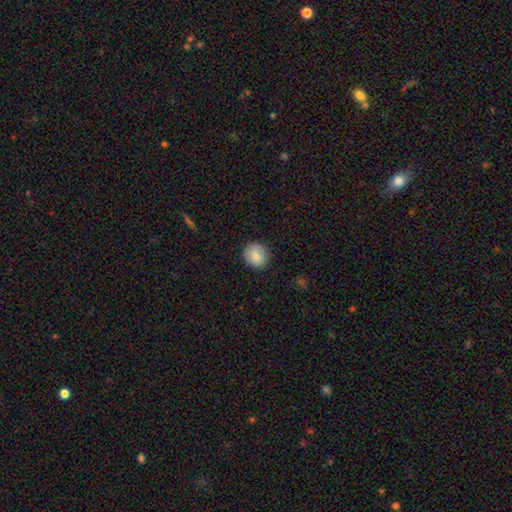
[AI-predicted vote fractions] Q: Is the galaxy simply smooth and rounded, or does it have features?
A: smooth — 86%.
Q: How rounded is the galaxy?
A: round — 83%.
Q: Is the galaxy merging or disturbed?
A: none — 88%.